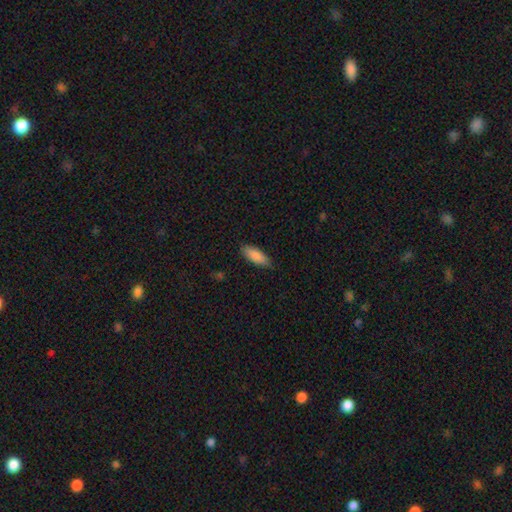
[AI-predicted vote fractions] Smooth or featured: smooth — 87% (featured or disk — 7%)
How rounded: in between — 72% (cigar-shaped — 27%)
Merging: none — 82% (minor disturbance — 15%)